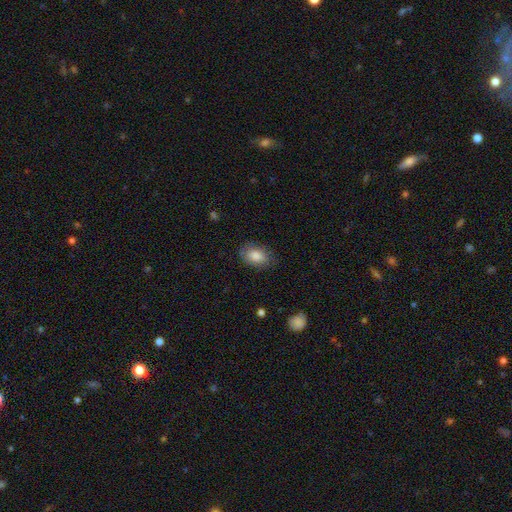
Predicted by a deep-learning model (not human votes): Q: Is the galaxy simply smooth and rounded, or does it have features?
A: smooth — 83%.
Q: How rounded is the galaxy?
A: in between — 89%.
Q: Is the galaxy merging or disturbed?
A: none — 77%.